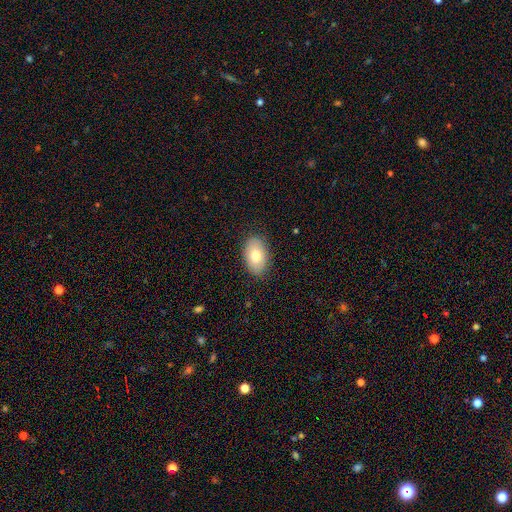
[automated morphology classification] This is likely a smooth galaxy (79%). How rounded: clearly in between (92%). Merging: clearly none (87%).